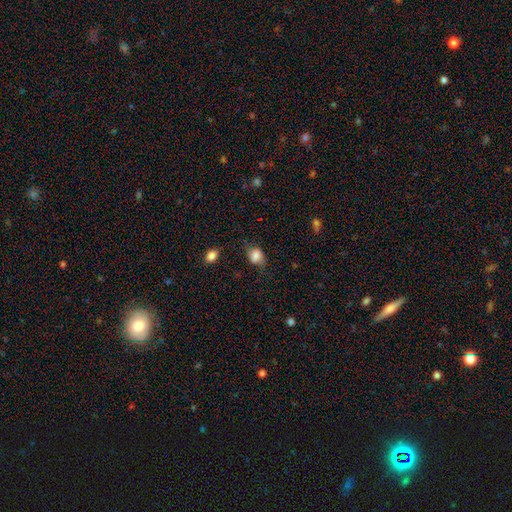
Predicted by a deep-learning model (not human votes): A smooth galaxy with no disk features (80%) that is in between round and cigar-shaped (67%). Merging: none (61%).